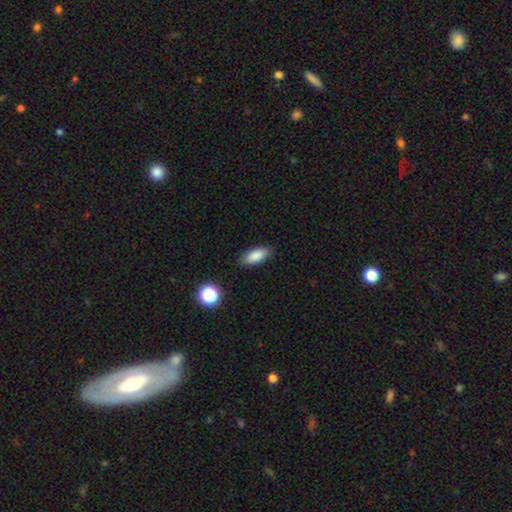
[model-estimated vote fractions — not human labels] Overall: smooth (85%). How rounded: in between (83%). Merging: none (87%).